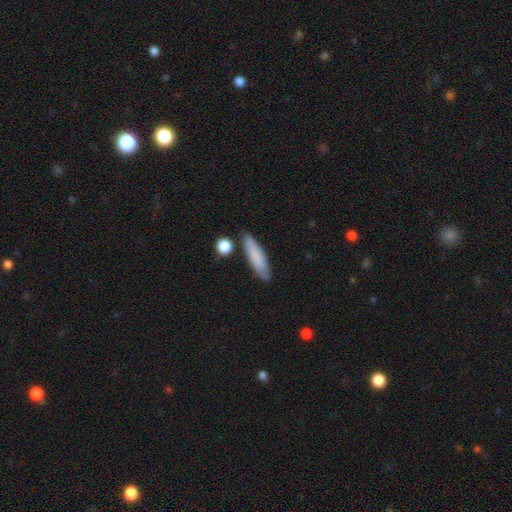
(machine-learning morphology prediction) Smooth or featured: smooth — 80% (featured or disk — 14%)
How rounded: cigar-shaped — 65% (in between — 33%)
Merging: none — 80% (minor disturbance — 13%)